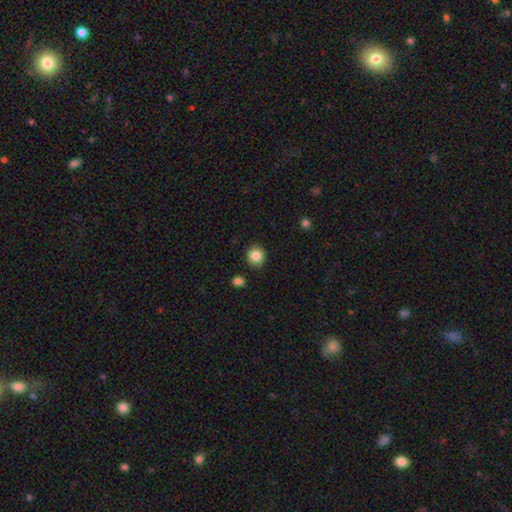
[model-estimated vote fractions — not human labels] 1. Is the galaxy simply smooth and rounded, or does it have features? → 85% smooth, 10% star or artifact, 5% featured or disk.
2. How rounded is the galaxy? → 86% round, 13% in between, 1% cigar-shaped.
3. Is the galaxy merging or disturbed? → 90% none, 7% minor disturbance, 2% merger, 2% major disturbance.